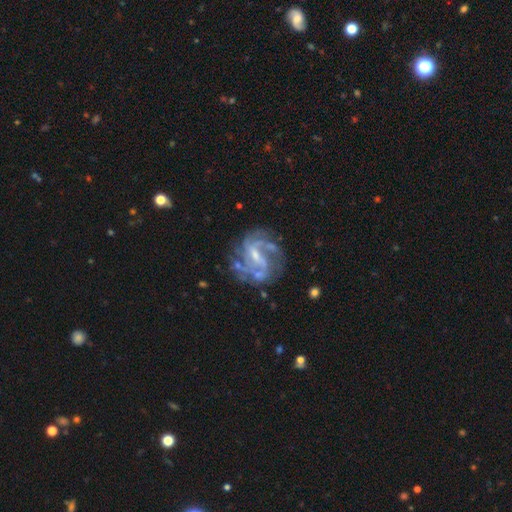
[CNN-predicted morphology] The model was most divided on "bar": weak: 47%, strong: 34%, no: 18%. Remaining: edge-on disk — no (98%); spiral arms — yes (91%); smooth or featured — featured or disk (86%); merging — none (65%); bulge size — small (56%); spiral winding — medium (47%); spiral arm count — 2 (38%).